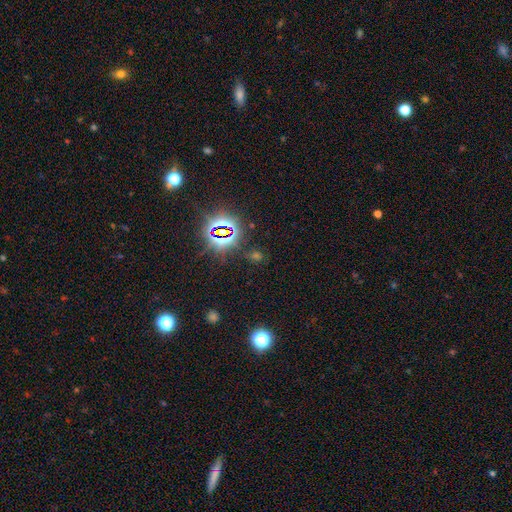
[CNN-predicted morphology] This is likely a star or artifact rather than a galaxy (68%).